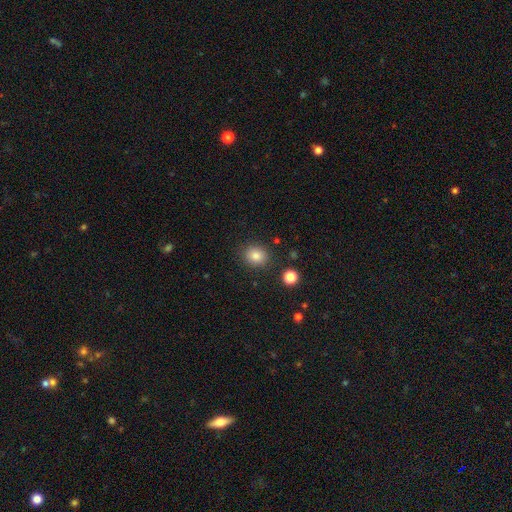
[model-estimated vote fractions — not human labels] A smooth galaxy with no disk features (84%) that is round (68%). Merging: none (86%).